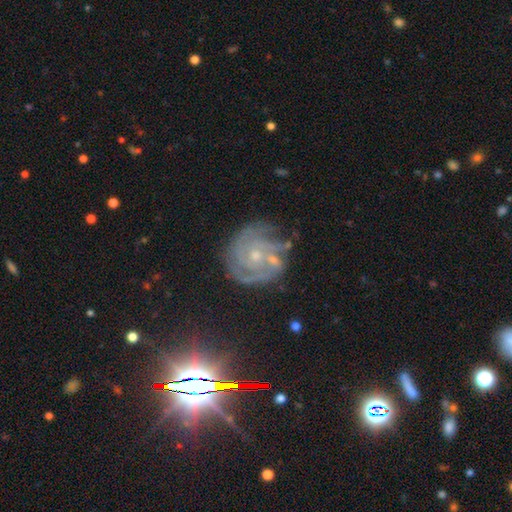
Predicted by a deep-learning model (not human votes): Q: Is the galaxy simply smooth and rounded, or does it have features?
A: featured or disk — 83%.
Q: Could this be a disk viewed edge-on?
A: no — 98%.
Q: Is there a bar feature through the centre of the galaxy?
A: no — 73%.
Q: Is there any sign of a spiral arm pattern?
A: yes — 95%.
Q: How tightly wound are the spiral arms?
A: tight — 68%.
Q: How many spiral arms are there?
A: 3 — 32%.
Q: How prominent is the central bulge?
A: small — 60%.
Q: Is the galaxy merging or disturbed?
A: none — 64%.